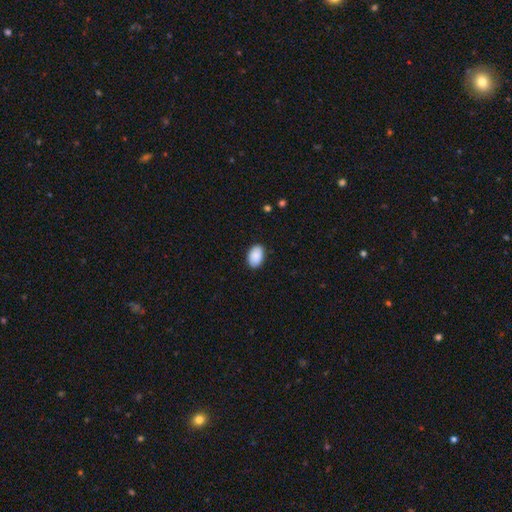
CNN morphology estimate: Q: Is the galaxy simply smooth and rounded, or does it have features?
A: smooth — 91%.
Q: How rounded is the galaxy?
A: in between — 91%.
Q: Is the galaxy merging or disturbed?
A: none — 88%.